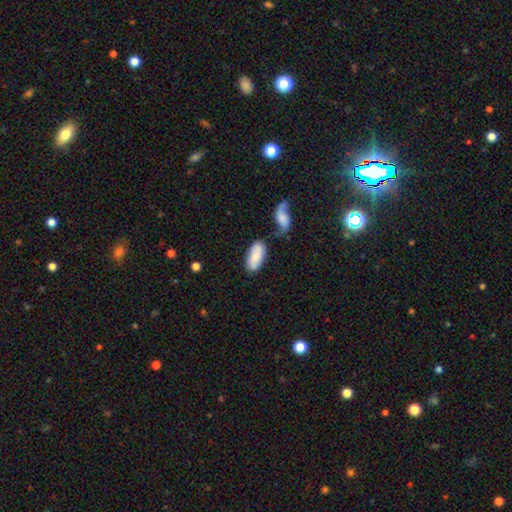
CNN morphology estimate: Smooth or featured?
  - smooth: 74% *
  - featured or disk: 20%
  - star or artifact: 7%
How rounded?
  - in between: 90% *
  - cigar-shaped: 7%
  - round: 3%
Merging?
  - none: 56% *
  - merger: 20%
  - minor disturbance: 18%
  - major disturbance: 6%